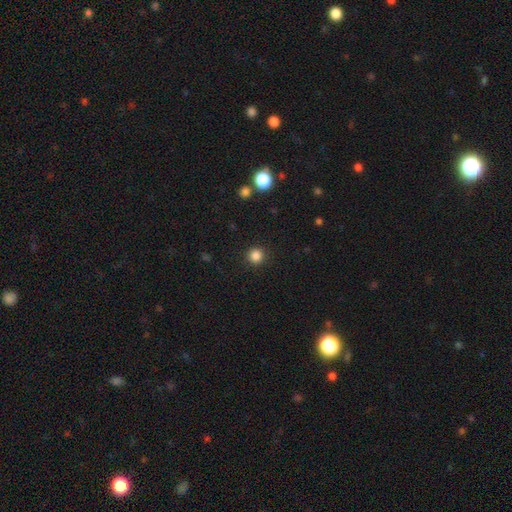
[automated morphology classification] smooth_or_featured: smooth (p=0.85) [alt: star or artifact p=0.12]
how_rounded: round (p=0.94) [alt: in between p=0.05]
merging: none (p=0.92) [alt: minor disturbance p=0.05]